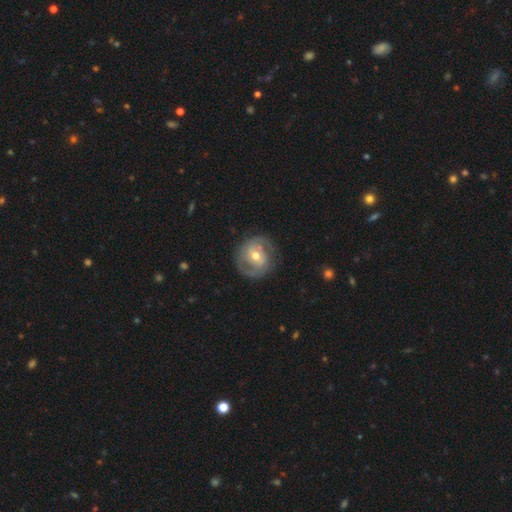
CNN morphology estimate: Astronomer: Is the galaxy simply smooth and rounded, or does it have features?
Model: featured or disk — 69%.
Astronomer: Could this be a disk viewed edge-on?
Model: no — 97%.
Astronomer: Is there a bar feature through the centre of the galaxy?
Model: no — 45% (runner-up: weak, 39%).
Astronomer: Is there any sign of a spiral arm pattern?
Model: yes — 79%.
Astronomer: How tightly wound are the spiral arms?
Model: tight — 44% (runner-up: medium, 39%).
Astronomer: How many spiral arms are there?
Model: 2 — 68%.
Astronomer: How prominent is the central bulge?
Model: moderate — 70%.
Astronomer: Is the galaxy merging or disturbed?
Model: none — 76%.